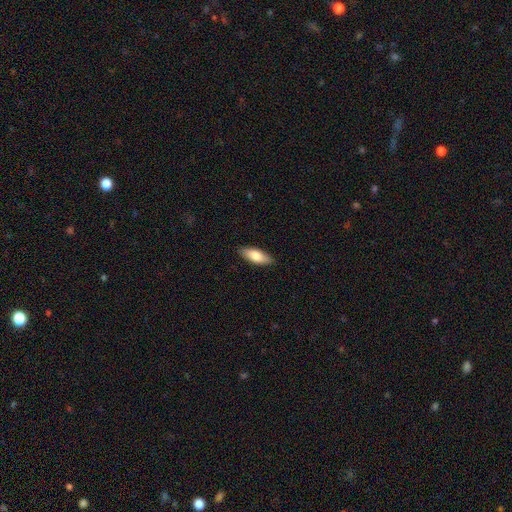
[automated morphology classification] Smooth or featured: smooth — 79% (featured or disk — 16%)
How rounded: in between — 72% (cigar-shaped — 26%)
Merging: none — 88% (minor disturbance — 9%)